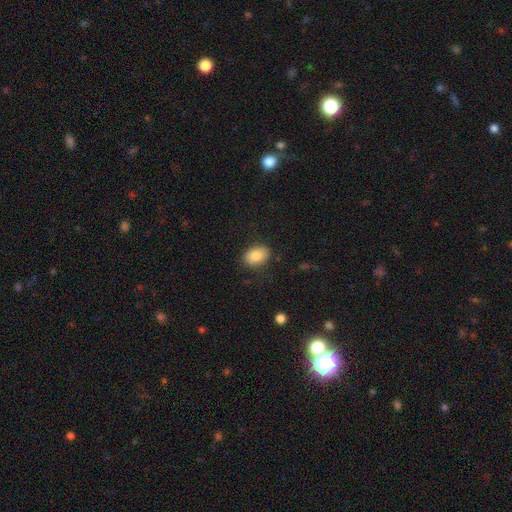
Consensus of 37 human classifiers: Smooth or featured? 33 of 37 (89%) said smooth. How rounded? 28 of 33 (85%) said in between. Merging? 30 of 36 (83%) said none.